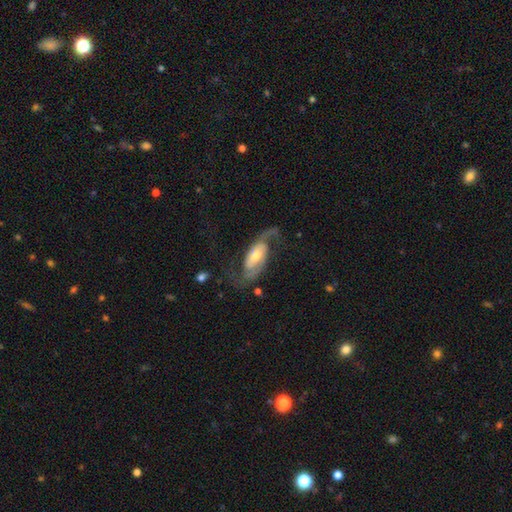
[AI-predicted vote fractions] Smooth or featured? featured or disk (85%)
Edge-on disk? no (94%)
Bar? no (41%)
Spiral arms? yes (96%)
Spiral winding? loose (46%)
Spiral arm count? 2 (90%)
Bulge size? moderate (54%)
Merging? none (64%)